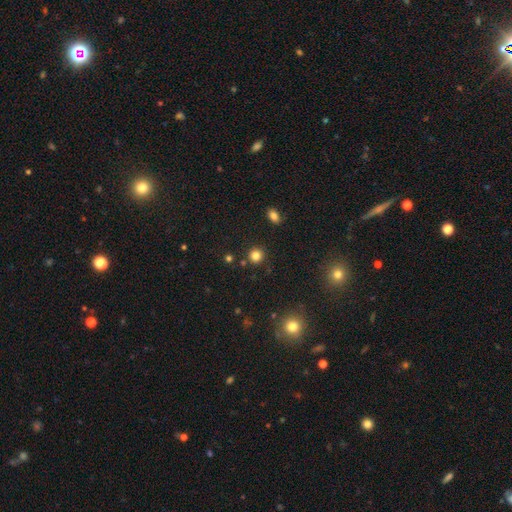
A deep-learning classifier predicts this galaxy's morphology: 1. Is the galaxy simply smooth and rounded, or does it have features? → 81% smooth, 14% star or artifact, 5% featured or disk.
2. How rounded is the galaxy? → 92% round, 7% in between, 1% cigar-shaped.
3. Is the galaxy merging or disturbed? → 88% none, 6% minor disturbance, 3% merger, 2% major disturbance.